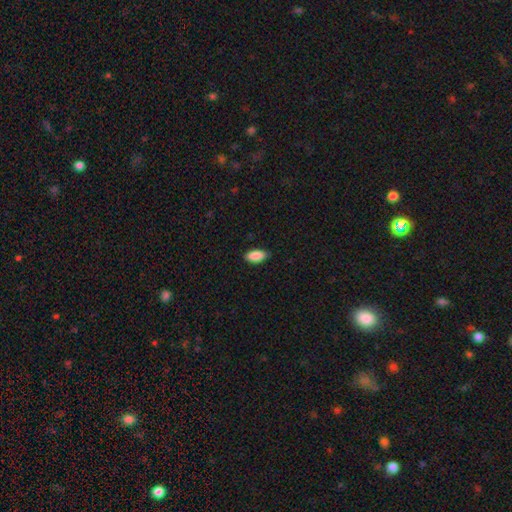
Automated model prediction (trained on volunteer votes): This appears to be a smooth galaxy with no disk features (89%) that is in between round and cigar-shaped (91%). Merging: none (85%).